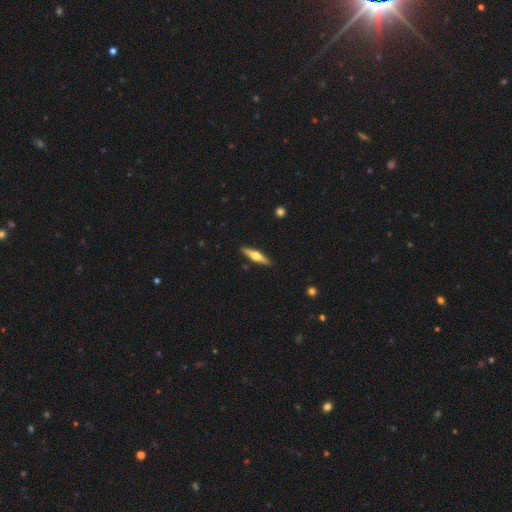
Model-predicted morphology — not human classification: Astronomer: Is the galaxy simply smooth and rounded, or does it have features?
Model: featured or disk — 58% (runner-up: smooth, 37%).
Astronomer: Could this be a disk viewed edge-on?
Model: yes — 96%.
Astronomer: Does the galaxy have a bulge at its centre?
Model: rounded — 93%.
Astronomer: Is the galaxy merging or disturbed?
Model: none — 90%.